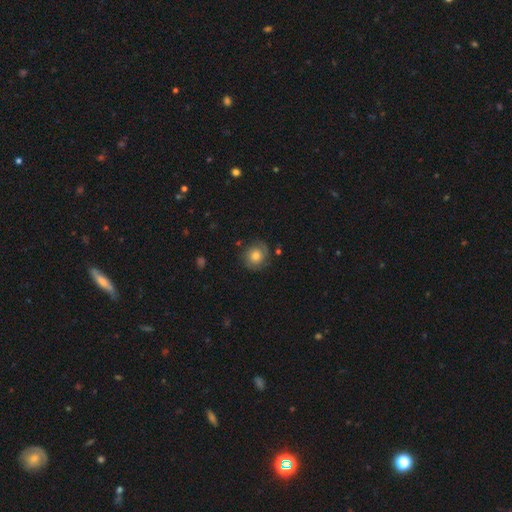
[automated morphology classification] Smooth or featured?
  - smooth: 53% *
  - featured or disk: 38%
  - star or artifact: 9%
How rounded?
  - round: 82% *
  - in between: 17%
  - cigar-shaped: 1%
Merging?
  - none: 76% *
  - minor disturbance: 16%
  - major disturbance: 6%
  - merger: 2%